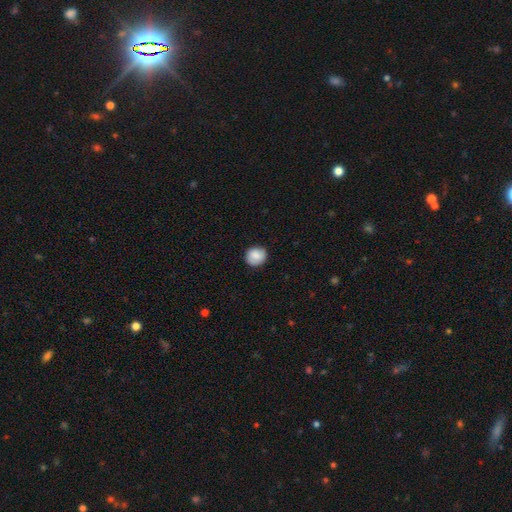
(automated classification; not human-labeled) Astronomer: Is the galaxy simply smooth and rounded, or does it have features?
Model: smooth — 83%.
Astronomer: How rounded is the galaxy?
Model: round — 82%.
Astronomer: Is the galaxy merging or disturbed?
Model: none — 85%.